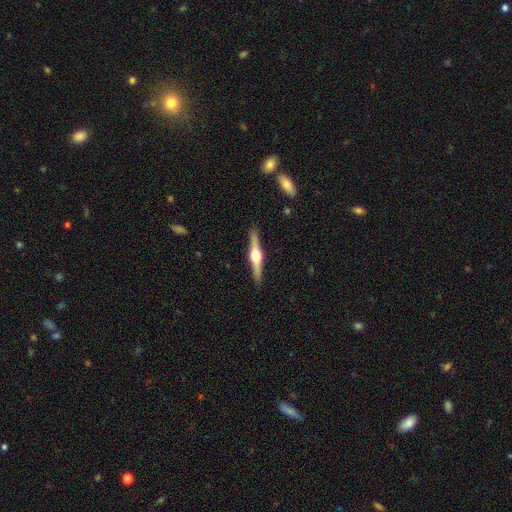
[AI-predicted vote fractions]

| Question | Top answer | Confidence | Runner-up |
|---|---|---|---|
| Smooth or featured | featured or disk | 79% | smooth (16%) |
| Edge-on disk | yes | 98% | no (2%) |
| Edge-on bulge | rounded | 95% | boxy (3%) |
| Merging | none | 91% | minor disturbance (6%) |